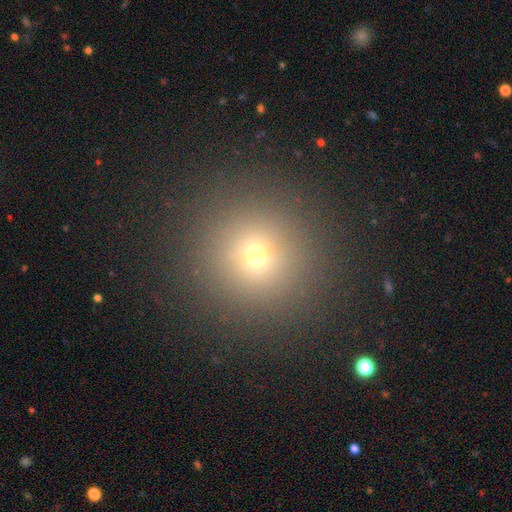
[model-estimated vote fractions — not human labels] A smooth galaxy with no disk features (66%) that is round (95%). Merging: none (90%).